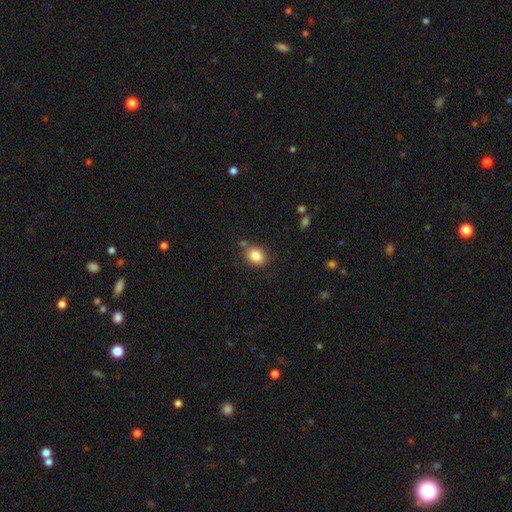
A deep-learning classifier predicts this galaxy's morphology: Smooth or featured? Predicted: smooth (p=0.85). How rounded? Predicted: round (p=0.56). Merging? Predicted: none (p=0.80).